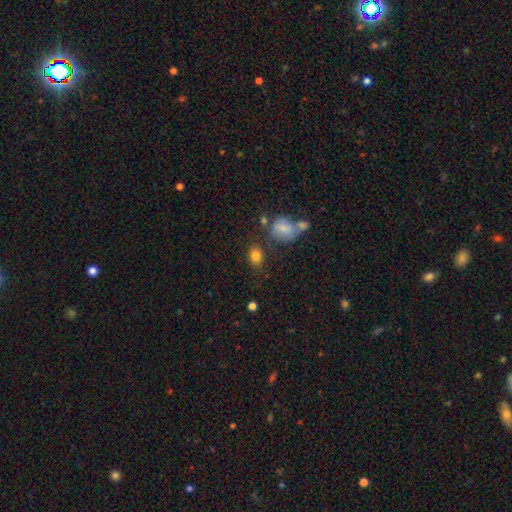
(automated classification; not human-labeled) smooth_or_featured: smooth (p=0.82) [alt: star or artifact p=0.10]
how_rounded: in between (p=0.66) [alt: round p=0.33]
merging: none (p=0.73) [alt: minor disturbance p=0.13]